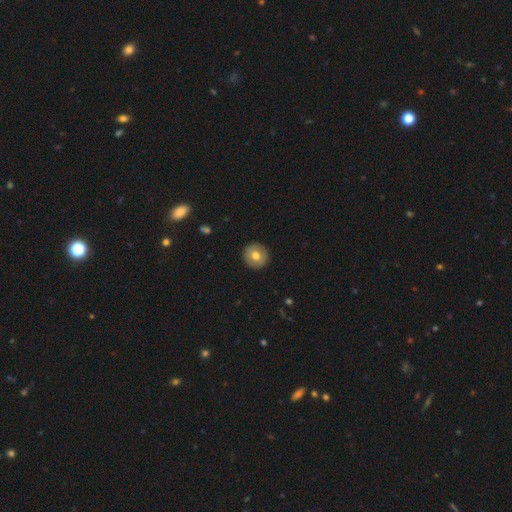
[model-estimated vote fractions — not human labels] Overall: smooth (69%). How rounded: round (96%). Merging: none (92%).